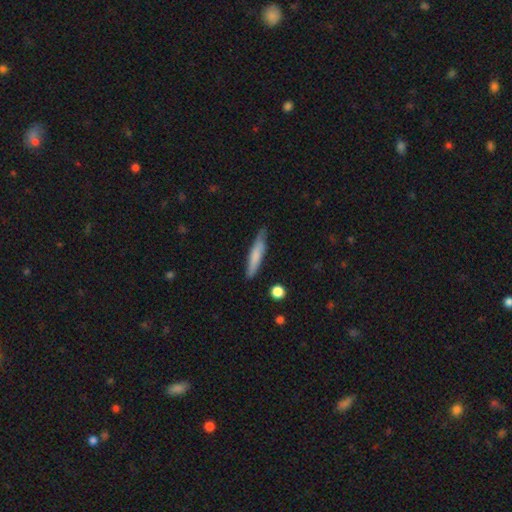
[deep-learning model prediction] smooth-or-featured: smooth: 70% | featured or disk: 24% | star or artifact: 6%
  how-rounded: cigar-shaped: 88% | in between: 10% | round: 1%
  merging: none: 75% | minor disturbance: 20% | major disturbance: 3% | merger: 2%